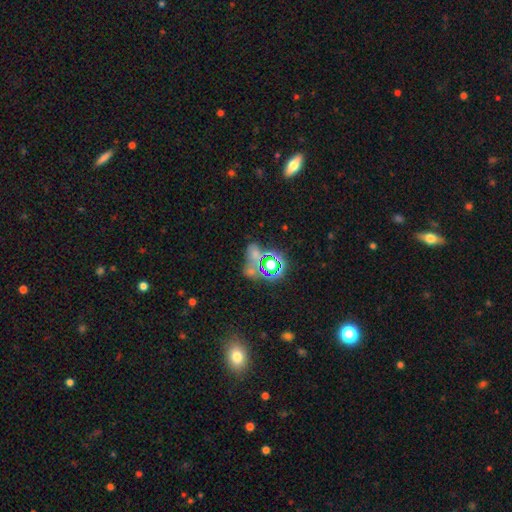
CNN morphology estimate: type=star or artifact (53%).